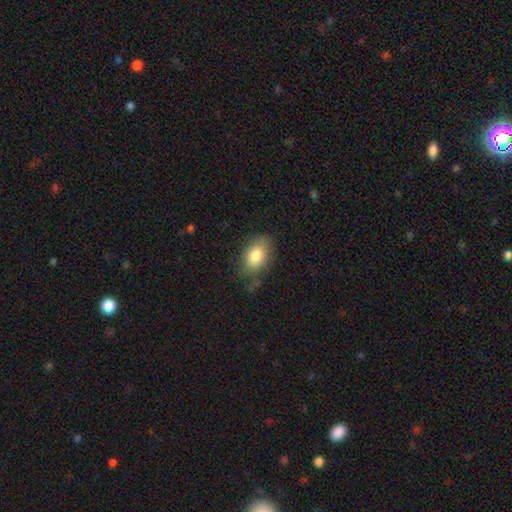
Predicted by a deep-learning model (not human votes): A smooth galaxy with no disk features (82%) that is in between round and cigar-shaped (88%). Merging: none (74%).